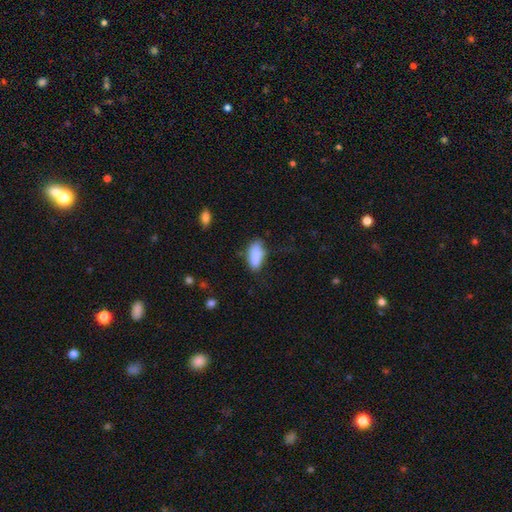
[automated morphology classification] smooth 84%, featured or disk 9%, star or artifact 8%. Down the decision tree: how rounded — in between (83%); merging — none (54%).